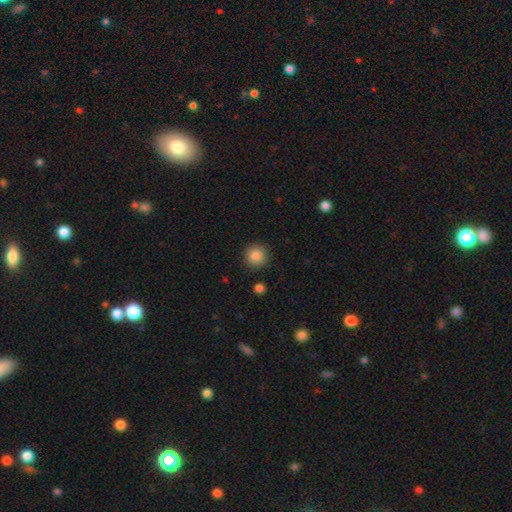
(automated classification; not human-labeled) This is clearly a smooth galaxy (87%). How rounded: clearly round (94%). Merging: clearly none (90%).